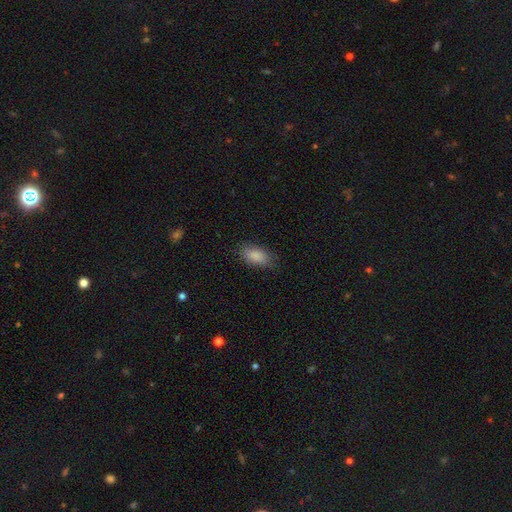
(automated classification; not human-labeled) This is clearly a smooth galaxy (88%). How rounded: clearly in between (90%). Merging: clearly none (81%).